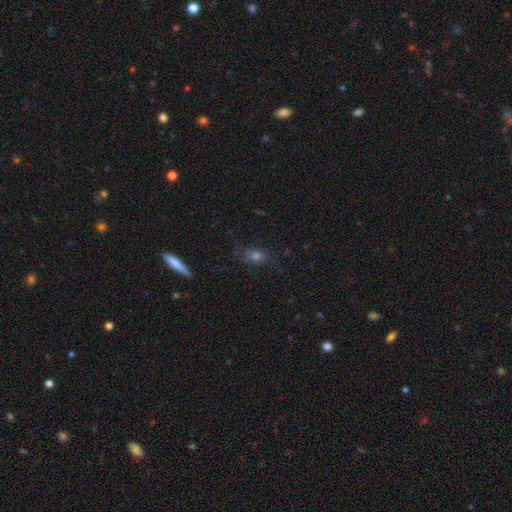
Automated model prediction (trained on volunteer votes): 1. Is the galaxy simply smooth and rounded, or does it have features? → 61% smooth, 20% featured or disk, 19% star or artifact.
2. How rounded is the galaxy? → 64% in between, 26% round, 10% cigar-shaped.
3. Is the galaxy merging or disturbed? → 74% none, 18% minor disturbance, 7% major disturbance, 2% merger.